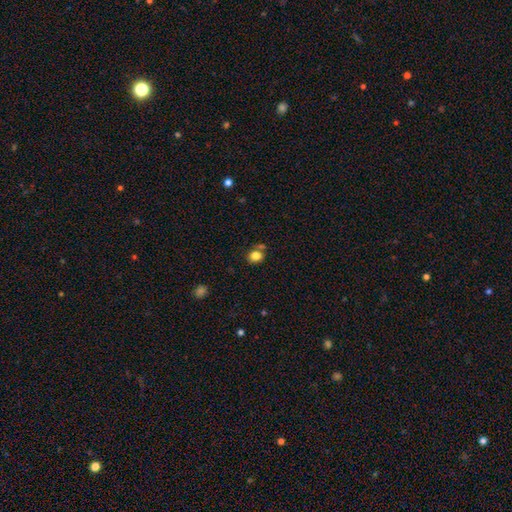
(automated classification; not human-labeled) Smooth or featured? smooth (81%)
How rounded? round (63%)
Merging? none (68%)